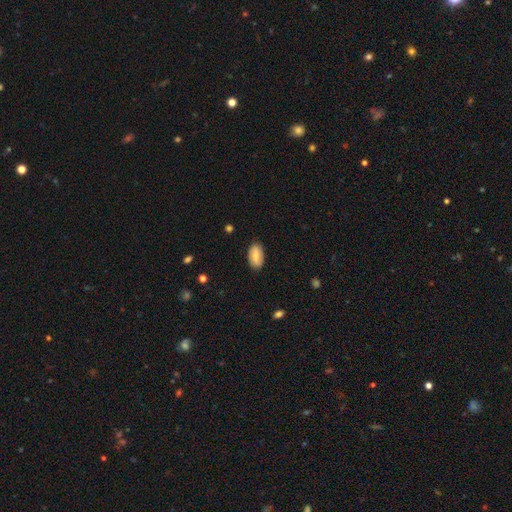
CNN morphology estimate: Overall: smooth (71%). How rounded: in between (93%). Merging: none (85%).